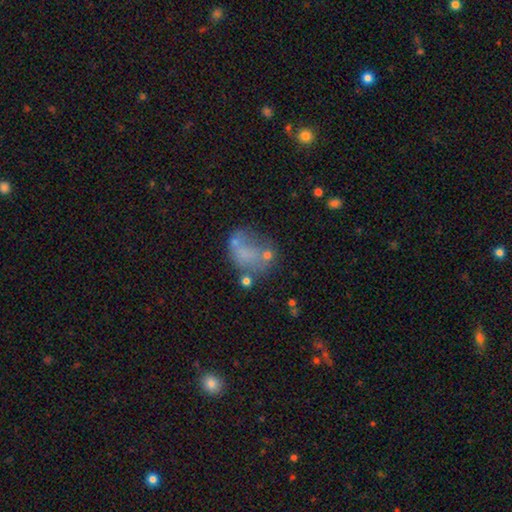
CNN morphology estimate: Smooth or featured?
  - smooth: 49% *
  - featured or disk: 33%
  - star or artifact: 17%
Merging?
  - none: 35% *
  - major disturbance: 25%
  - merger: 20%
  - minor disturbance: 20%